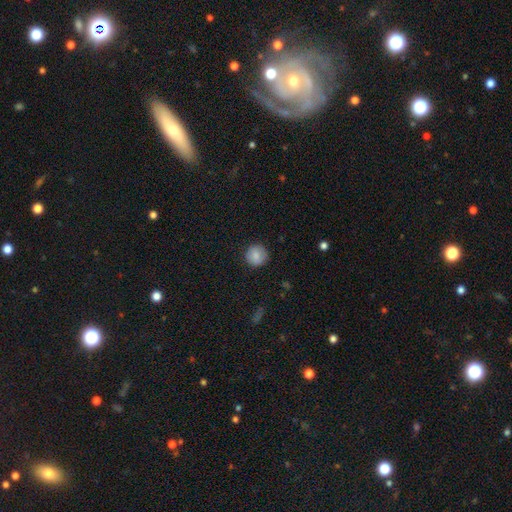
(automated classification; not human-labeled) This is clearly a smooth galaxy (84%). How rounded: clearly round (94%). Merging: clearly none (88%).